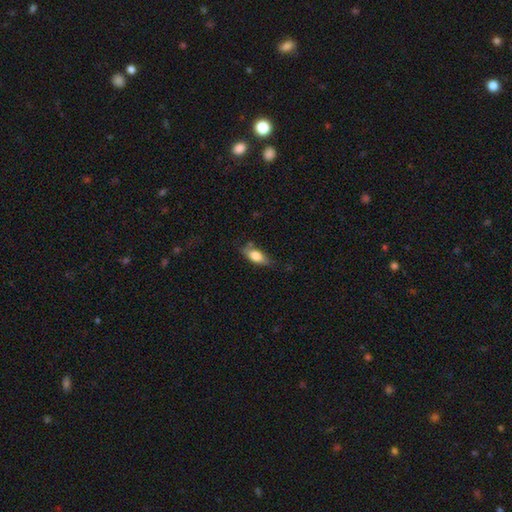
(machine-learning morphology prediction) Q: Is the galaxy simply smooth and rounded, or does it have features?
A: smooth — 71%.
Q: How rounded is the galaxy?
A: in between — 76%.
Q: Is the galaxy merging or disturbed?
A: none — 71%.